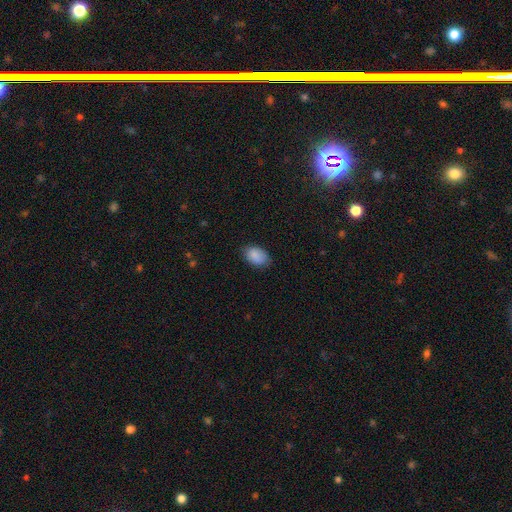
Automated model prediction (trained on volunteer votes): A smooth galaxy with no disk features (88%) that is in between round and cigar-shaped (89%). Merging: none (78%).